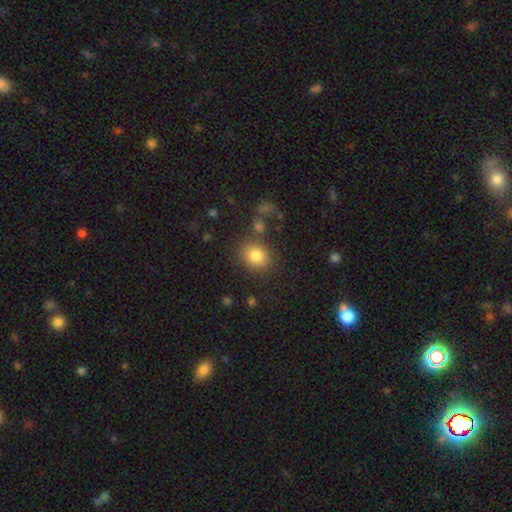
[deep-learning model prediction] This is clearly a smooth galaxy (82%). How rounded: likely round (61%). Merging: likely none (76%).